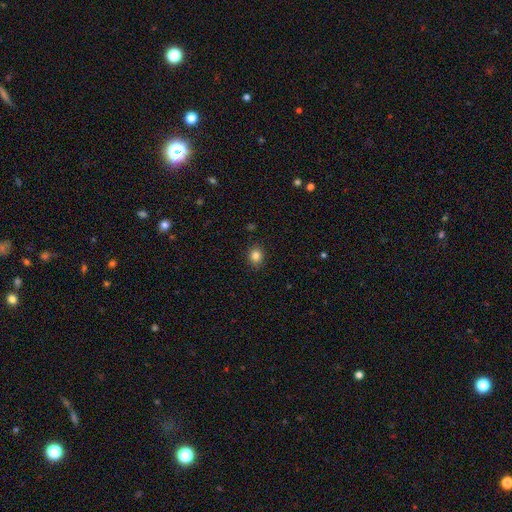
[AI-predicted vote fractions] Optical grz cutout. It shows a smooth galaxy with no disk features (84%) that is round (74%). Merging: none (90%).